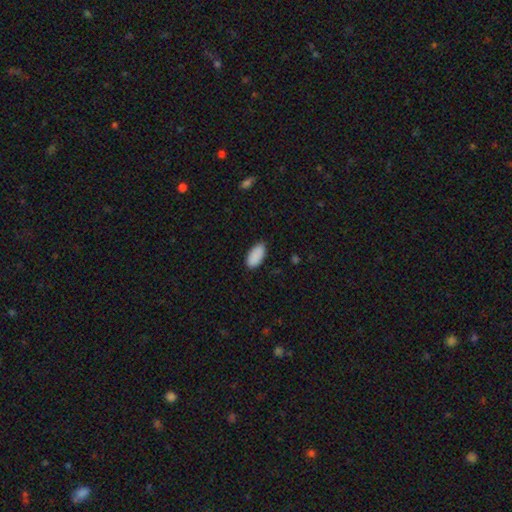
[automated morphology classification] Smooth or featured? smooth (90%)
How rounded? in between (93%)
Merging? none (83%)